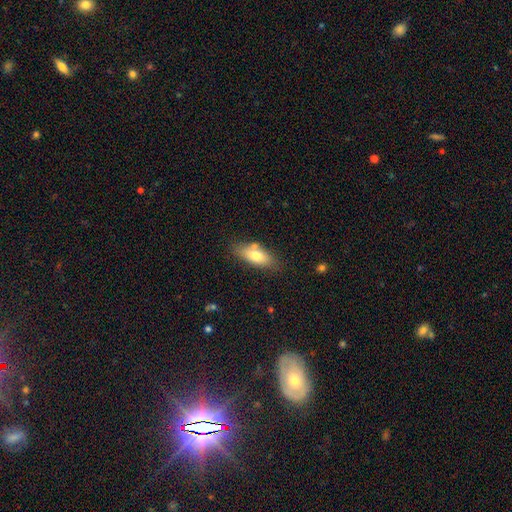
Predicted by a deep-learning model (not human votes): Smooth or featured?
  - smooth: 73% *
  - featured or disk: 20%
  - star or artifact: 7%
How rounded?
  - in between: 78% *
  - cigar-shaped: 18%
  - round: 3%
Merging?
  - none: 71% *
  - minor disturbance: 17%
  - merger: 9%
  - major disturbance: 4%